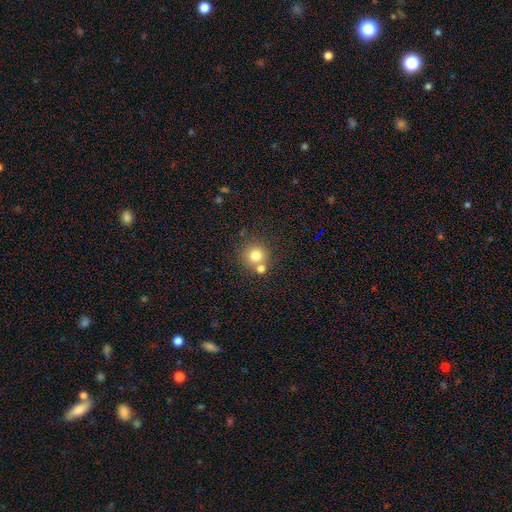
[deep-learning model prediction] A smooth galaxy with no disk features (77%) that is round (92%). Merging: none (67%).